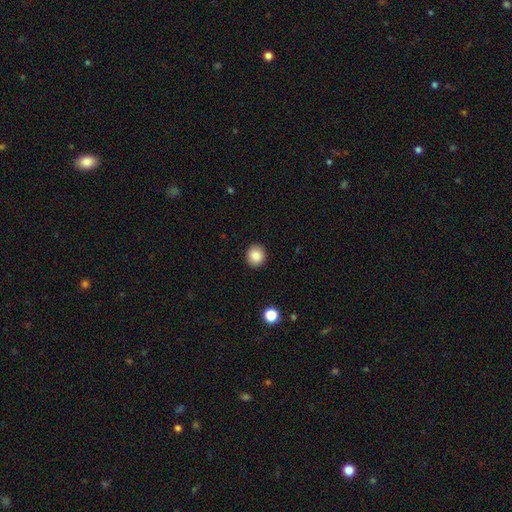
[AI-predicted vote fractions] Smooth or featured?
  - smooth: 87% *
  - star or artifact: 9%
  - featured or disk: 4%
How rounded?
  - round: 84% *
  - in between: 15%
  - cigar-shaped: 1%
Merging?
  - none: 91% *
  - minor disturbance: 6%
  - major disturbance: 2%
  - merger: 1%